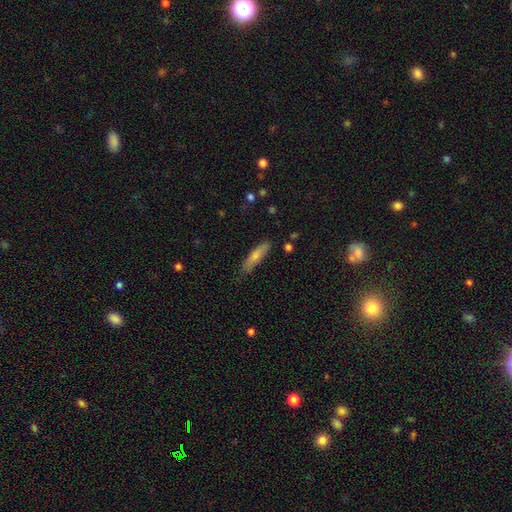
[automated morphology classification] This is likely a smooth galaxy (74%). How rounded: likely cigar-shaped (73%). Merging: likely none (78%).